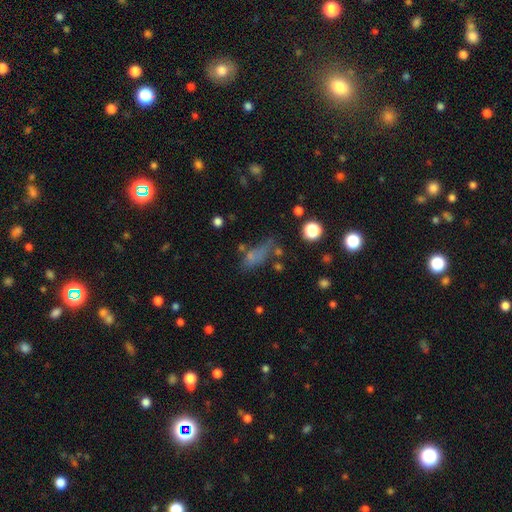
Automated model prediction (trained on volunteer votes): This is likely a smooth galaxy (60%). How rounded: likely in between (65%). Merging: marginally none (45%).